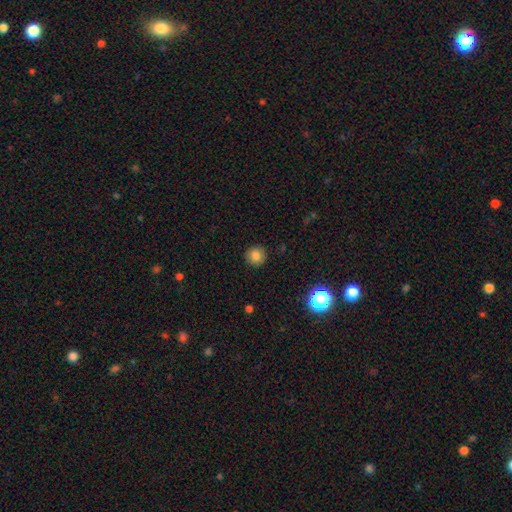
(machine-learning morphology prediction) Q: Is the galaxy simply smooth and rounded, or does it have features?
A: smooth — 83%.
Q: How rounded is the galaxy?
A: round — 94%.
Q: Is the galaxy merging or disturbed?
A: none — 91%.